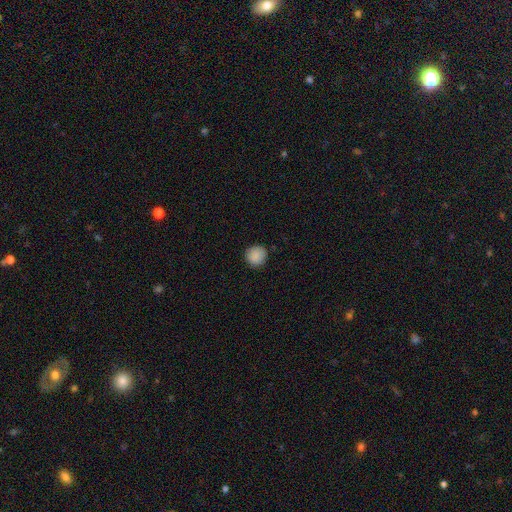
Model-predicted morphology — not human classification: smooth_or_featured: smooth (p=0.89) [alt: star or artifact p=0.08]
how_rounded: round (p=0.94) [alt: in between p=0.05]
merging: none (p=0.89) [alt: minor disturbance p=0.08]